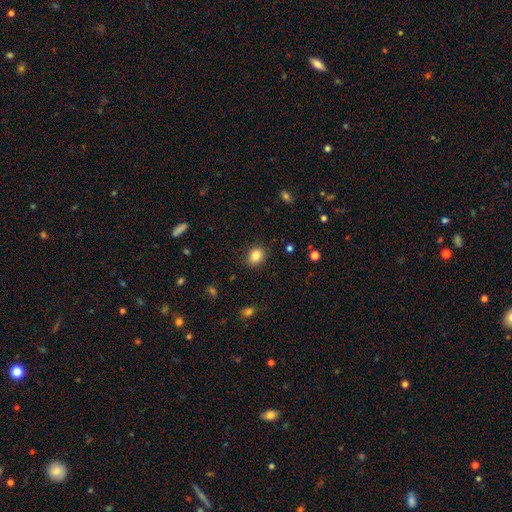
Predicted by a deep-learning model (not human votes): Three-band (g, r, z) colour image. It shows a smooth galaxy with no disk features (85%) that is round (58%). Merging: none (88%).